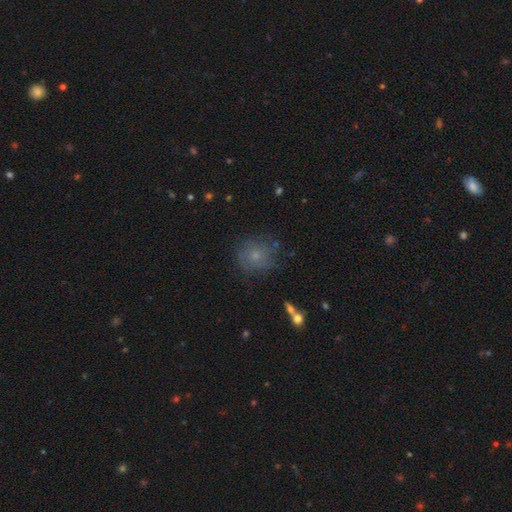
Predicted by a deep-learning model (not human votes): Q: Smooth or featured?
A: smooth (58%); runner-up: featured or disk (26%)
Q: How rounded?
A: round (86%); runner-up: in between (13%)
Q: Merging?
A: none (74%); runner-up: minor disturbance (16%)